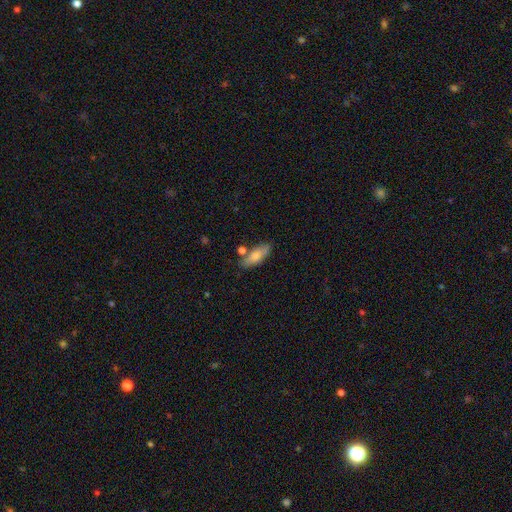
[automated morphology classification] This is likely a smooth galaxy (74%). How rounded: likely in between (65%). Merging: likely none (74%).